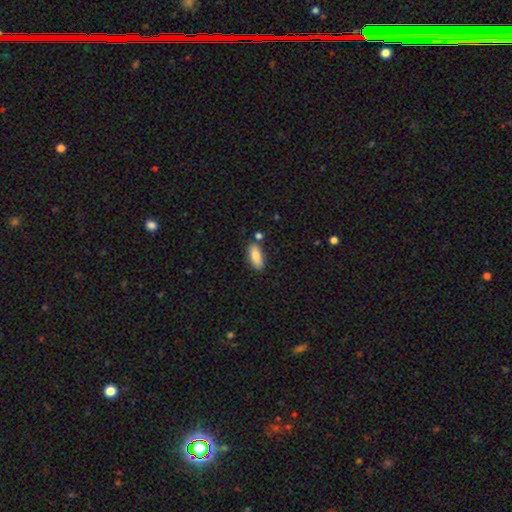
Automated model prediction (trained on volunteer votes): Smooth or featured? smooth (85%)
How rounded? in between (82%)
Merging? none (78%)